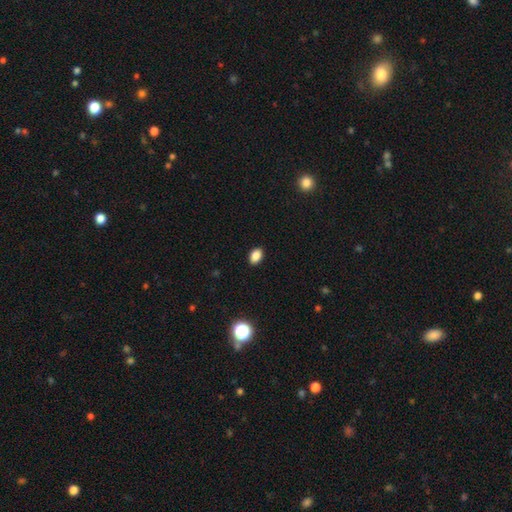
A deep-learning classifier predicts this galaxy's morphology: Smooth or featured: smooth — 87% (star or artifact — 10%)
How rounded: in between — 81% (round — 18%)
Merging: none — 90% (minor disturbance — 7%)